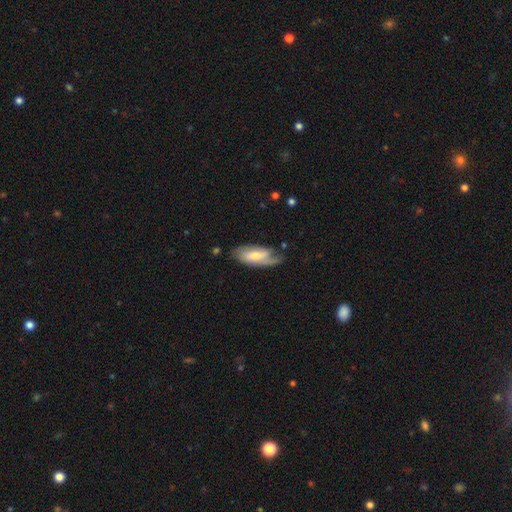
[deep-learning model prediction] Smooth or featured: featured or disk — 61% (smooth — 33%)
Edge-on disk: no — 88% (yes — 12%)
Bar: no — 44% (weak — 39%)
Spiral arms: yes — 86% (no — 14%)
Bulge size: moderate — 45% (tied with small — 45%)
Merging: none — 56% (minor disturbance — 28%)